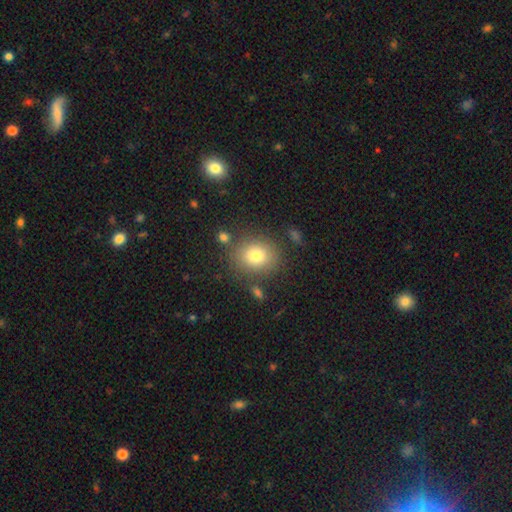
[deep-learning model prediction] Smooth or featured: smooth — 78% (star or artifact — 11%)
How rounded: round — 67% (in between — 32%)
Merging: none — 80% (minor disturbance — 11%)